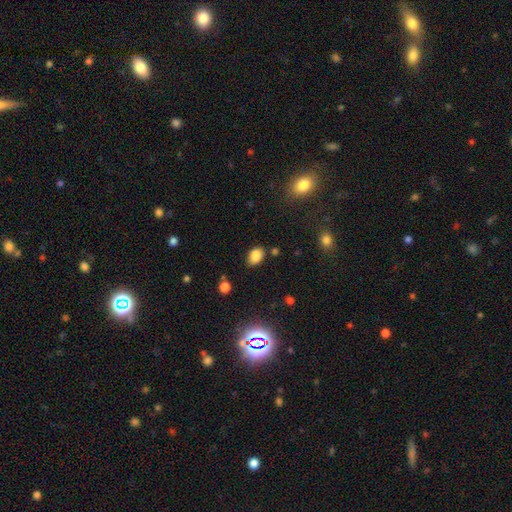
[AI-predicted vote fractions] Smooth or featured: smooth — 83% (star or artifact — 11%)
How rounded: in between — 84% (round — 15%)
Merging: none — 76% (minor disturbance — 16%)